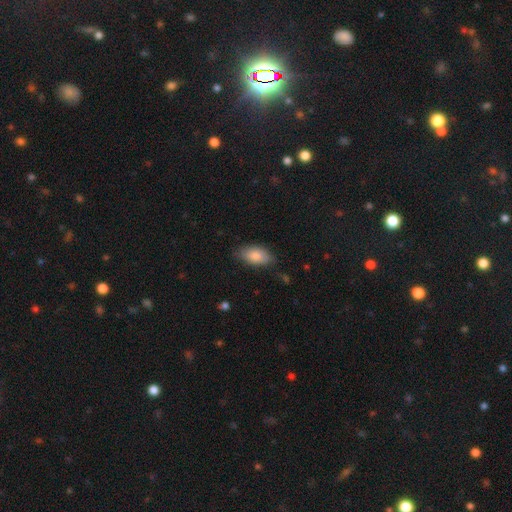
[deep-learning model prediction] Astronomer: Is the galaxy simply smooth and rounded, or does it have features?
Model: smooth — 84%.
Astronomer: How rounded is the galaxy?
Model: in between — 92%.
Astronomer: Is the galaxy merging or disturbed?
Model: none — 72%.